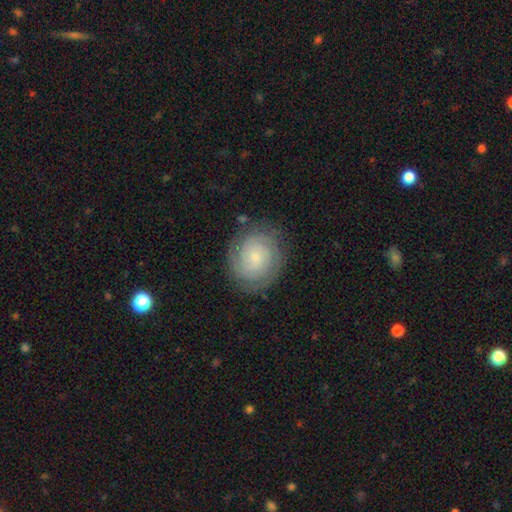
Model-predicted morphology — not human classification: featured or disk 75%, smooth 18%, star or artifact 7%. Down the decision tree: edge-on disk — no (98%); bar — no (77%); spiral arms — yes (95%); spiral arm count — 2 (36%); spiral winding — tight (81%); bulge size — small (78%); merging — none (82%).